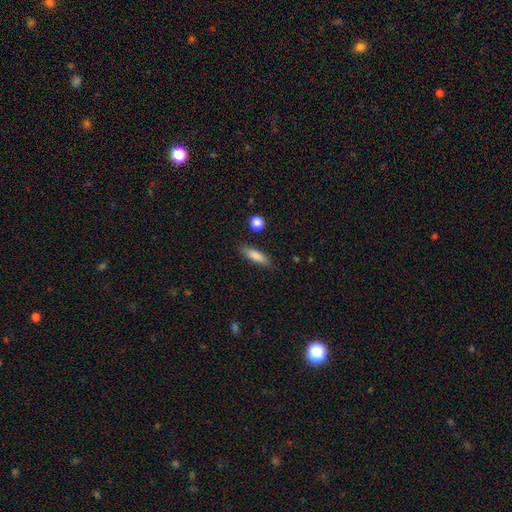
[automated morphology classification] This is clearly a smooth galaxy (84%). How rounded: likely cigar-shaped (60%). Merging: clearly none (84%).